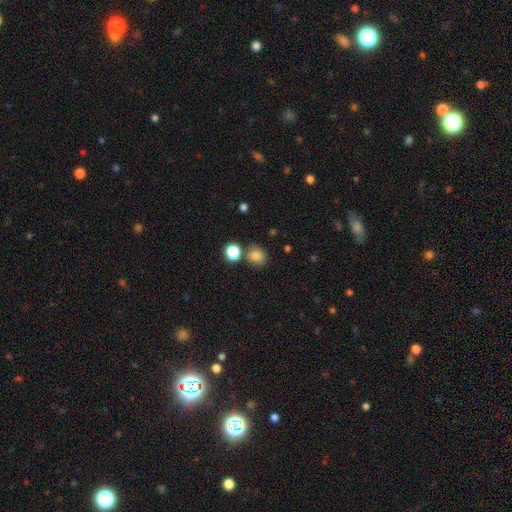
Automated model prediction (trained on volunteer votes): Smooth or featured?
  - smooth: 81% *
  - star or artifact: 13%
  - featured or disk: 6%
How rounded?
  - round: 78% *
  - in between: 21%
  - cigar-shaped: 1%
Merging?
  - none: 73% *
  - merger: 12%
  - minor disturbance: 11%
  - major disturbance: 4%